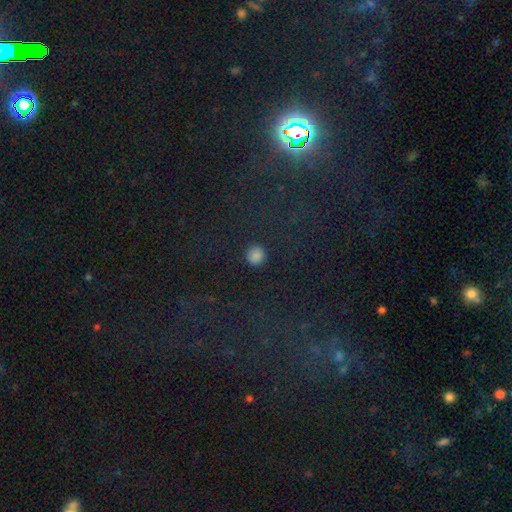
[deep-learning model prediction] Morphology: type=smooth (80%); roundness=round (90%); merging=none (90%).